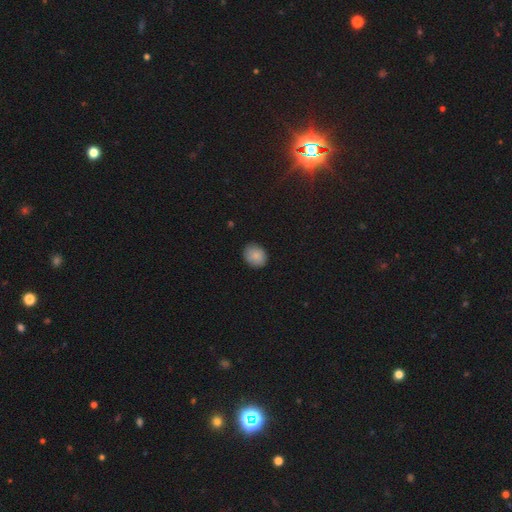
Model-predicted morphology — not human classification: smooth 86%, star or artifact 8%, featured or disk 6%. Down the decision tree: how rounded — round (63%); merging — none (85%).